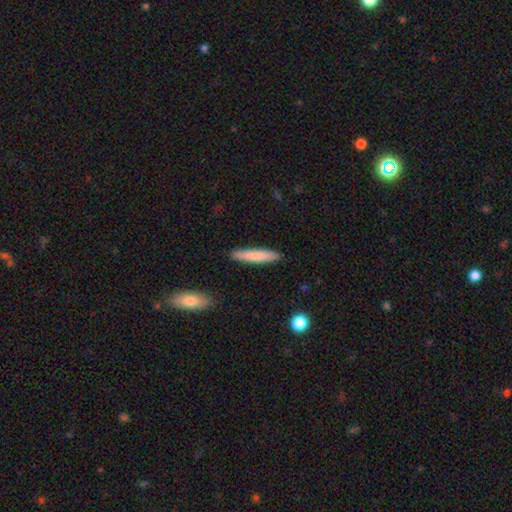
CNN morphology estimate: A smooth galaxy with no disk features (77%) that is cigar-shaped (91%). Merging: none (90%).